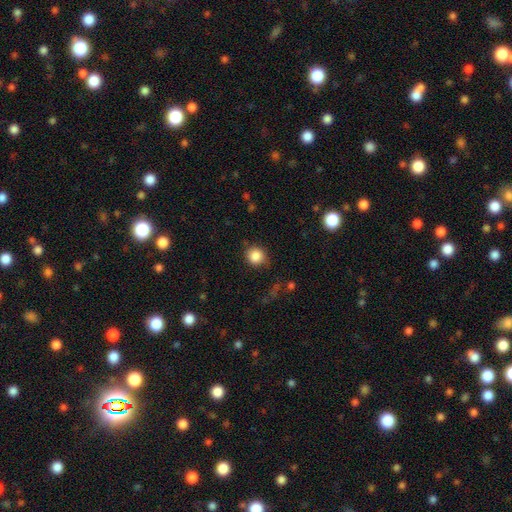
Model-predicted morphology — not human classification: type=smooth (86%); roundness=round (88%); merging=none (78%).